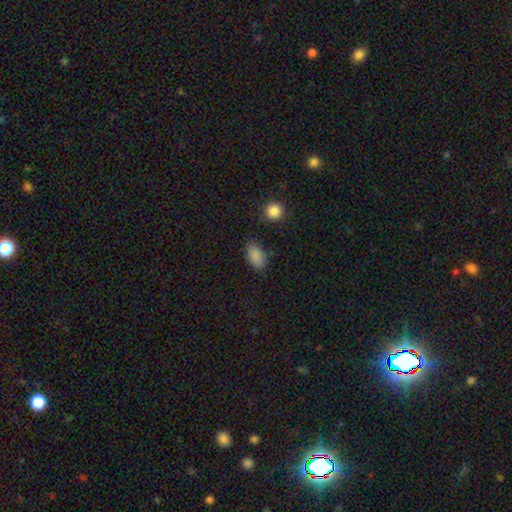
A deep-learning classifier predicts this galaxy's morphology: Q: Smooth or featured?
A: smooth (87%); runner-up: star or artifact (9%)
Q: How rounded?
A: in between (91%); runner-up: round (7%)
Q: Merging?
A: none (78%); runner-up: minor disturbance (16%)